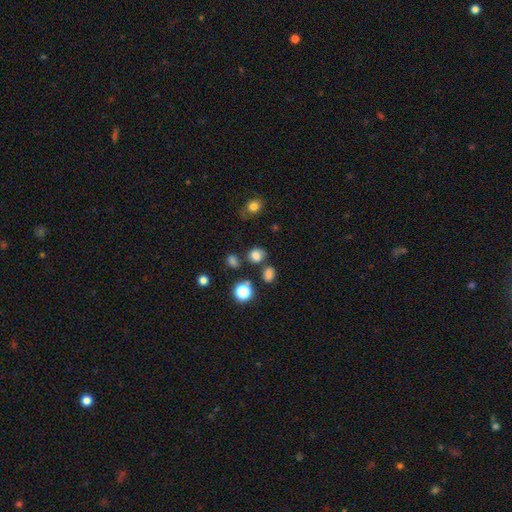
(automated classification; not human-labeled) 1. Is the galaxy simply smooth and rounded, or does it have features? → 78% smooth, 16% star or artifact, 6% featured or disk.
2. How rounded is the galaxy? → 67% round, 32% in between, 1% cigar-shaped.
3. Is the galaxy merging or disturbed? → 72% none, 14% minor disturbance, 10% merger, 5% major disturbance.